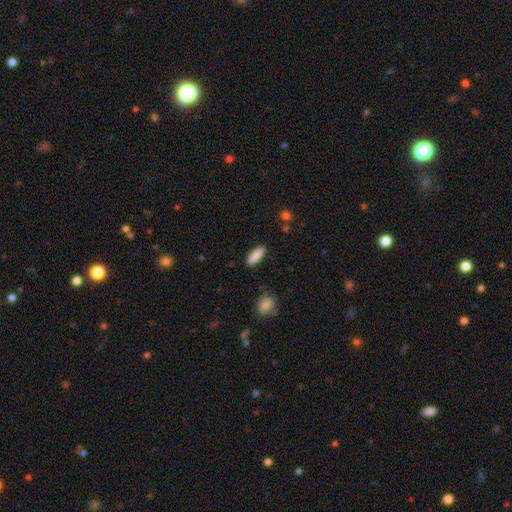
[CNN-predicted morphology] smooth 88%, star or artifact 7%, featured or disk 5%. Down the decision tree: how rounded — in between (51%); merging — none (88%).